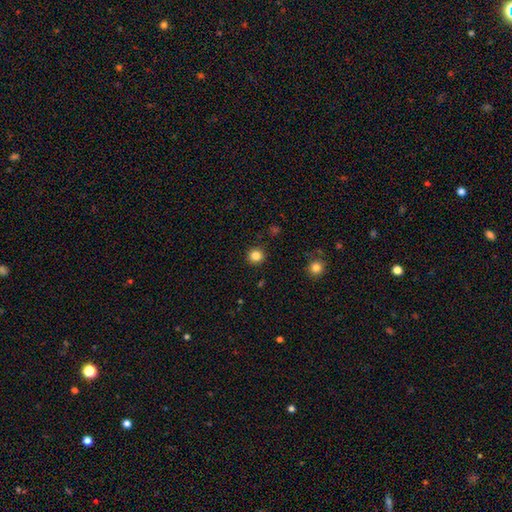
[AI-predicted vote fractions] smooth 84%, star or artifact 12%, featured or disk 4%. Down the decision tree: how rounded — round (94%); merging — none (91%).